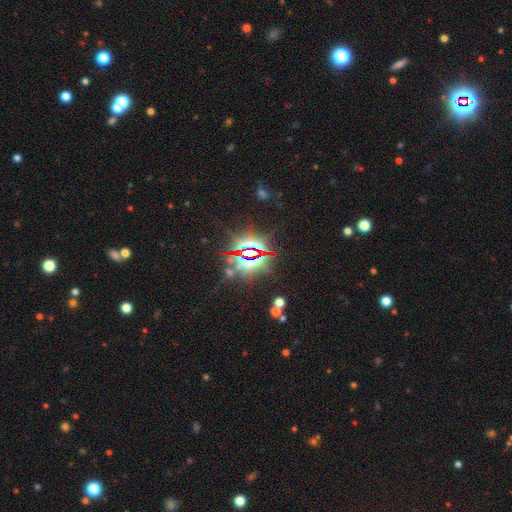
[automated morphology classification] This is clearly a star or artifact rather than a galaxy (85%).